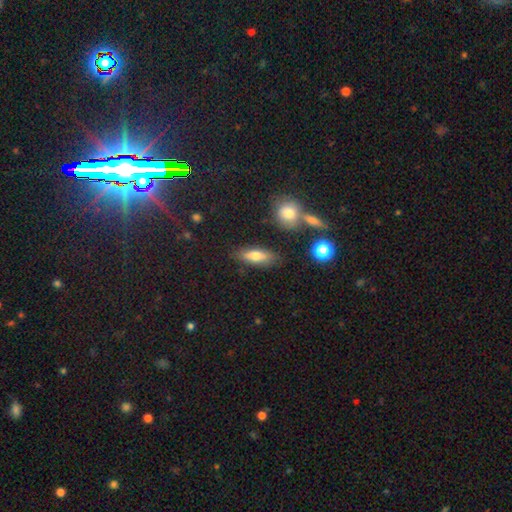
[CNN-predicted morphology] Q: Smooth or featured?
A: smooth (71%); runner-up: featured or disk (20%)
Q: How rounded?
A: in between (62%); runner-up: cigar-shaped (34%)
Q: Merging?
A: none (79%); runner-up: minor disturbance (13%)